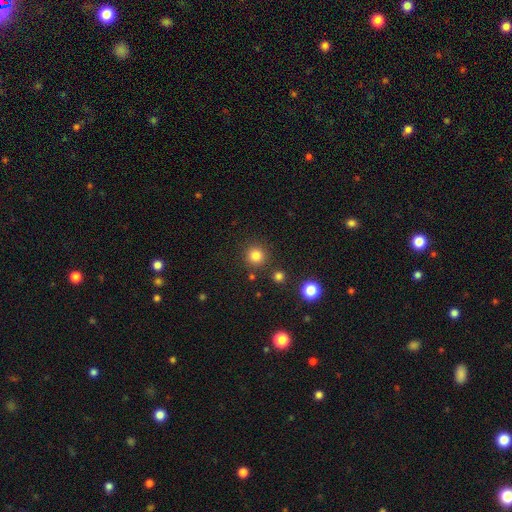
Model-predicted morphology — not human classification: smooth 82%, star or artifact 13%, featured or disk 5%. Down the decision tree: how rounded — round (94%); merging — none (87%).